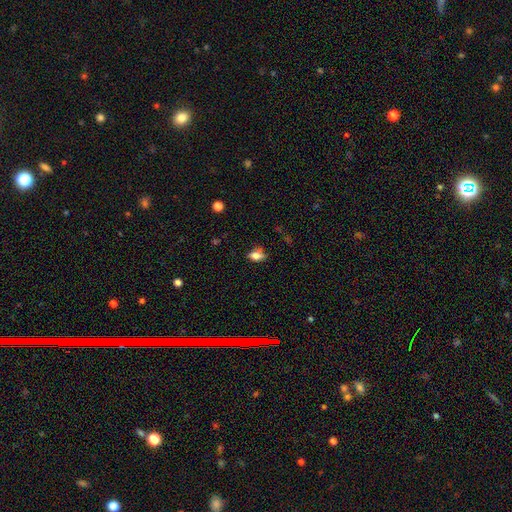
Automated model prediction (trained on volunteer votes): This is likely a smooth galaxy (71%). How rounded: likely in between (80%). Merging: possibly none (53%).